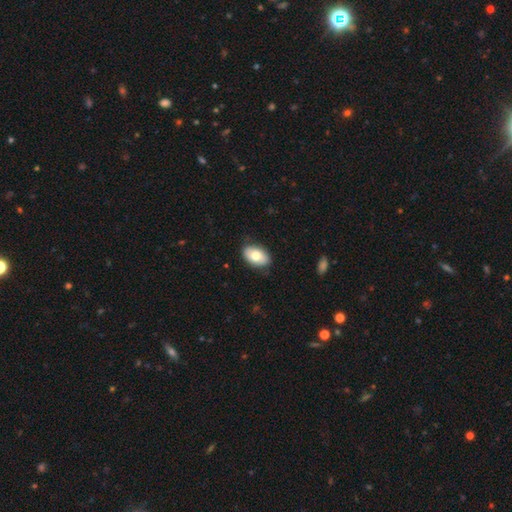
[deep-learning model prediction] smooth 73%, featured or disk 20%, star or artifact 6%. Down the decision tree: how rounded — in between (92%); merging — none (82%).